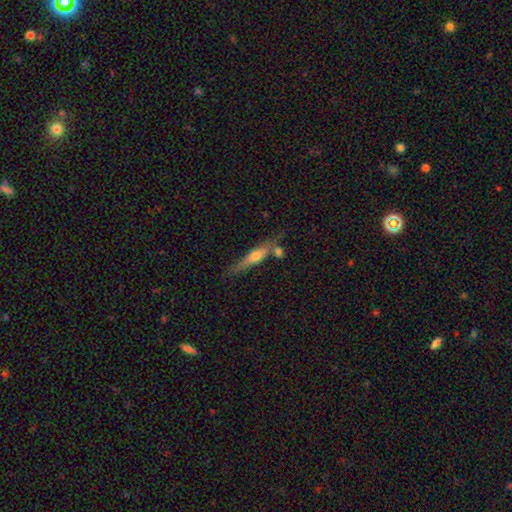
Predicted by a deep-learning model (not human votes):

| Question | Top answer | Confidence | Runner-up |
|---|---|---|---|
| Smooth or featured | featured or disk | 49% | smooth (45%) |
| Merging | none | 61% | merger (18%) |